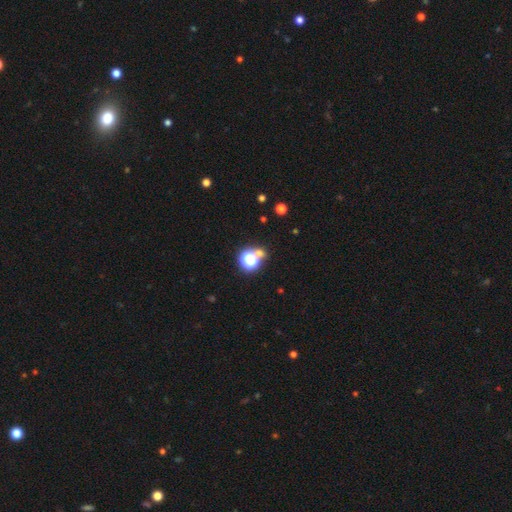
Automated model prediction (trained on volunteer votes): Morphology: type=star or artifact (48%).